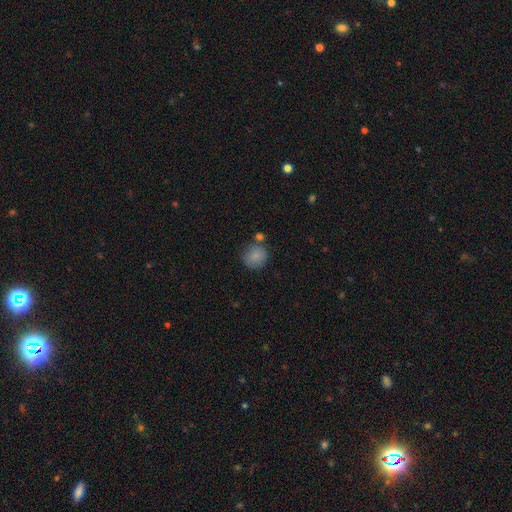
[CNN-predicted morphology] smooth-or-featured: smooth: 86% | star or artifact: 8% | featured or disk: 6%
  how-rounded: round: 84% | in between: 15% | cigar-shaped: 1%
  merging: none: 69% | minor disturbance: 15% | merger: 12% | major disturbance: 4%